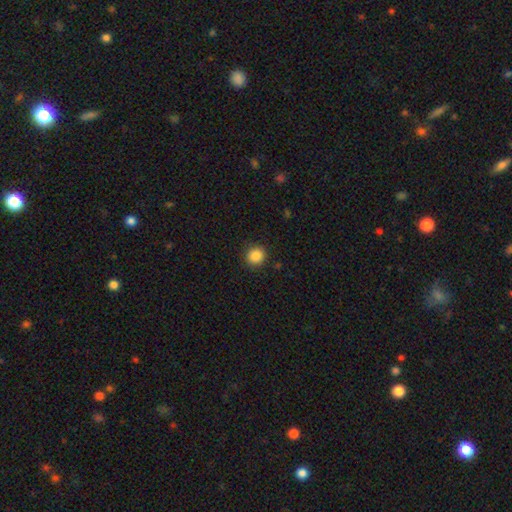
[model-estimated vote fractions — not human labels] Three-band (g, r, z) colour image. It shows a smooth galaxy with no disk features (86%) that is round (90%). Merging: none (90%).